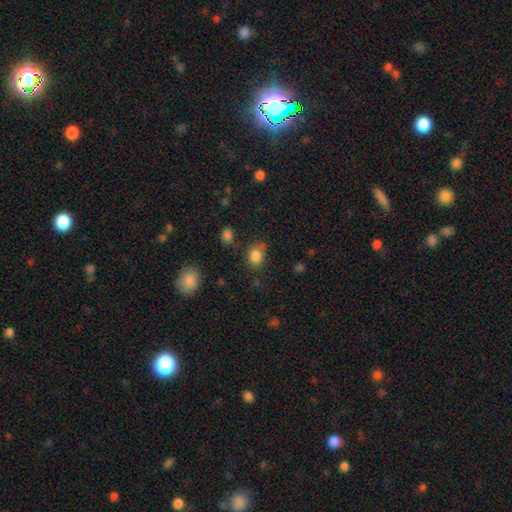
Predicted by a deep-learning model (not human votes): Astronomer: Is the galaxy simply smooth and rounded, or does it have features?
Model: smooth — 84%.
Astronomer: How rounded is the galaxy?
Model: in between — 56% (runner-up: round, 43%).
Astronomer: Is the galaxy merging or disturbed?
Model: none — 67%.